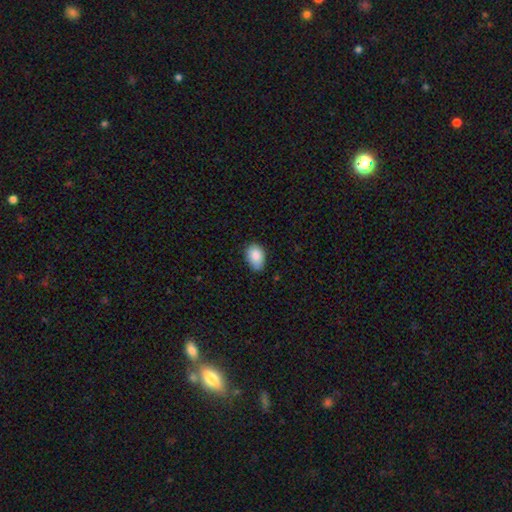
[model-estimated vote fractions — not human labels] A smooth galaxy with no disk features (86%) that is in between round and cigar-shaped (86%). Merging: none (67%).